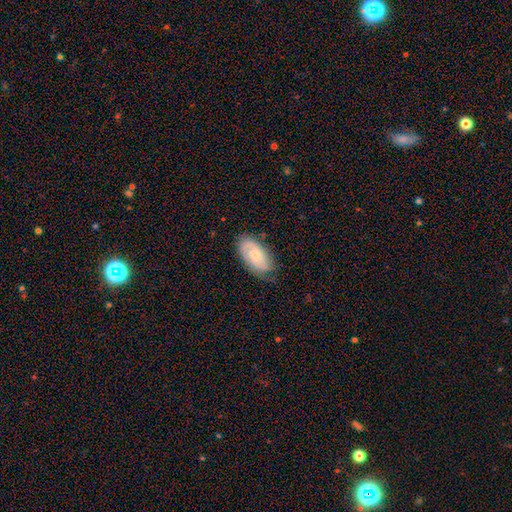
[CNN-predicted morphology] This is possibly a featured or disk galaxy (51%). It is clearly not viewed edge-on (94%). Merging: likely none (69%).